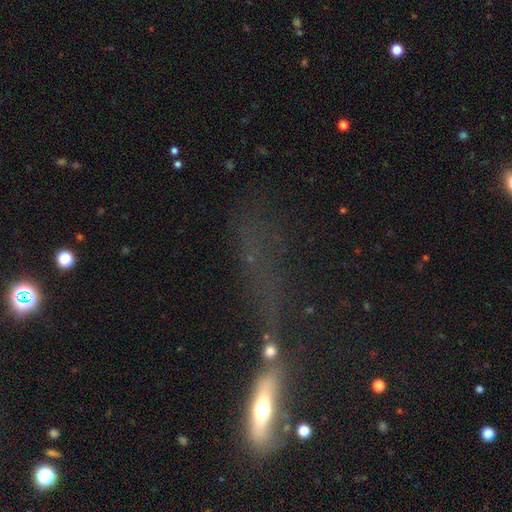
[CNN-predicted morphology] Smooth or featured? smooth (38%)
Merging? major disturbance (38%)